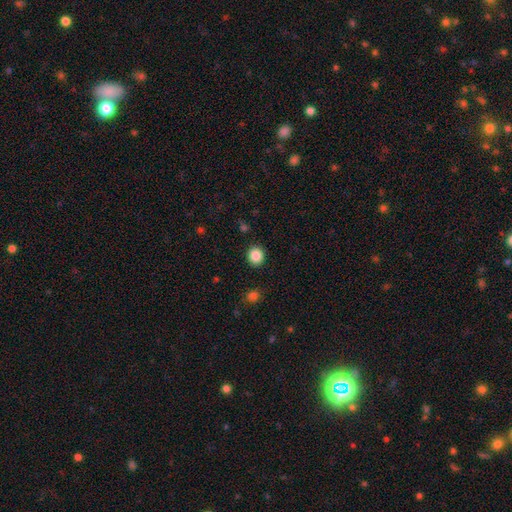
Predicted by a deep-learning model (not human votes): smooth_or_featured: smooth (p=0.87) [alt: star or artifact p=0.09]
how_rounded: round (p=0.81) [alt: in between p=0.19]
merging: none (p=0.91) [alt: minor disturbance p=0.06]